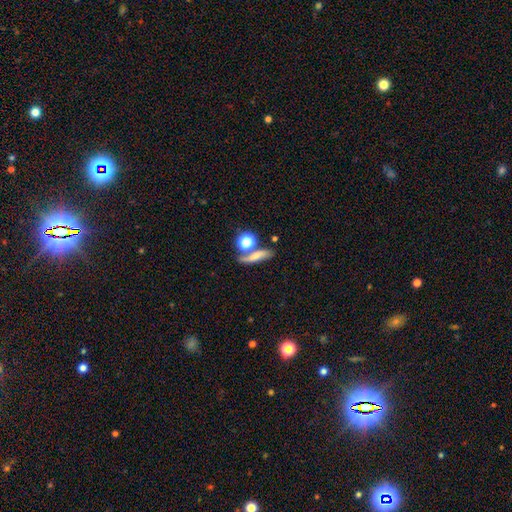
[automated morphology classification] Overall: smooth (60%; featured or disk 27%). How rounded: cigar-shaped (42%; in between 34%). Merging: none (50%; merger 27%).